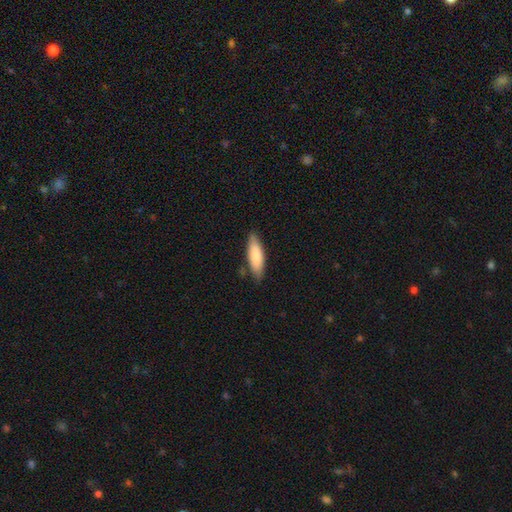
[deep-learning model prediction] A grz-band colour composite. It shows a smooth galaxy with no disk features (81%) that is in between round and cigar-shaped (51%). Merging: none (82%).